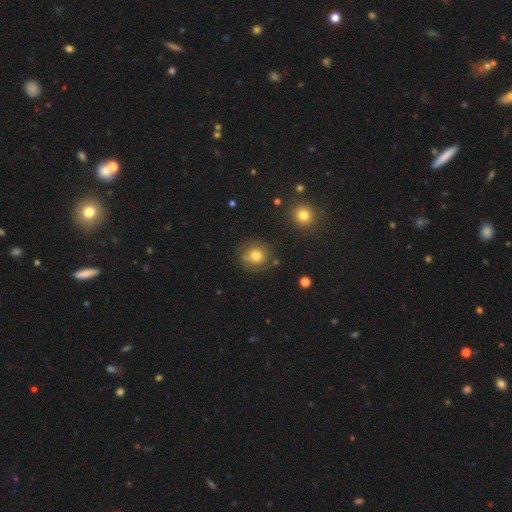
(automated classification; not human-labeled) smooth 66%, featured or disk 21%, star or artifact 13%. Down the decision tree: how rounded — round (86%); merging — none (75%).